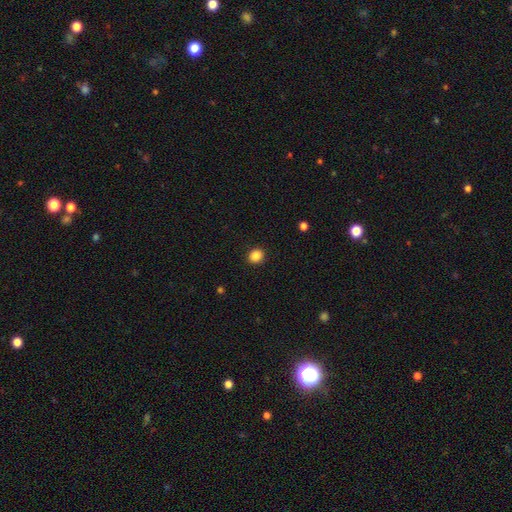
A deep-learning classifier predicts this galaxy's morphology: This is clearly a smooth galaxy (87%). How rounded: likely round (75%). Merging: clearly none (91%).